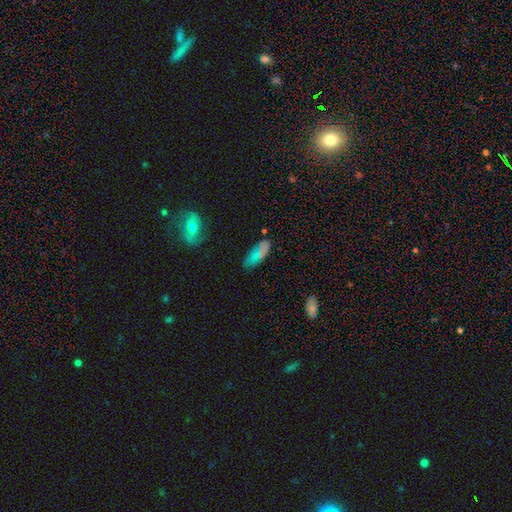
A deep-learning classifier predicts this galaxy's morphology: Smooth or featured: smooth — 69% (star or artifact — 16%)
How rounded: in between — 78% (cigar-shaped — 19%)
Merging: none — 71% (minor disturbance — 19%)